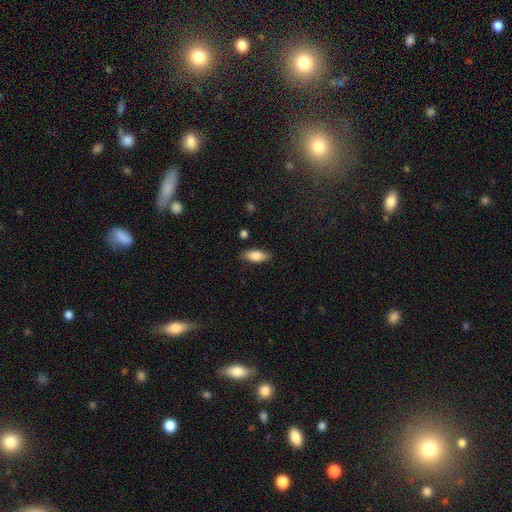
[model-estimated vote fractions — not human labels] Q: Smooth or featured?
A: smooth (82%); runner-up: featured or disk (12%)
Q: How rounded?
A: in between (80%); runner-up: cigar-shaped (18%)
Q: Merging?
A: none (82%); runner-up: minor disturbance (14%)